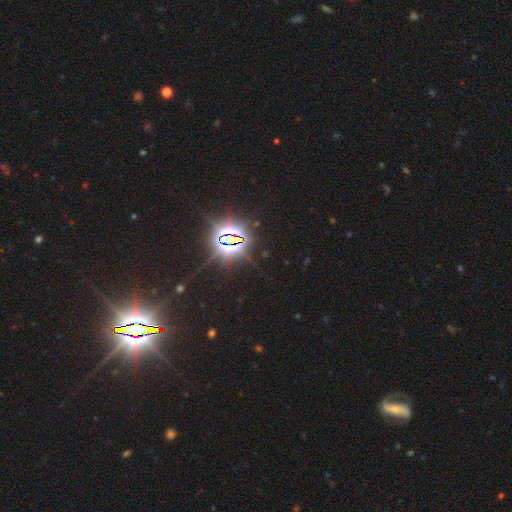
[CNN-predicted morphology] smooth_or_featured: star or artifact (p=0.85) [alt: smooth p=0.09]